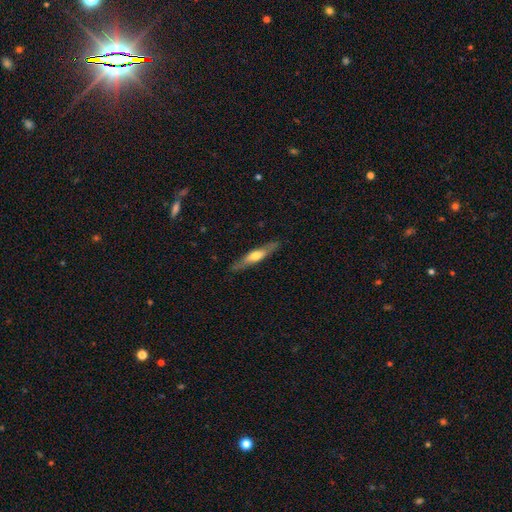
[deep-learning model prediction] smooth-or-featured: featured or disk: 53% | smooth: 41% | star or artifact: 5%
  disk-edge-on: yes: 87% | no: 13%
  merging: none: 86% | minor disturbance: 11% | major disturbance: 2% | merger: 1%